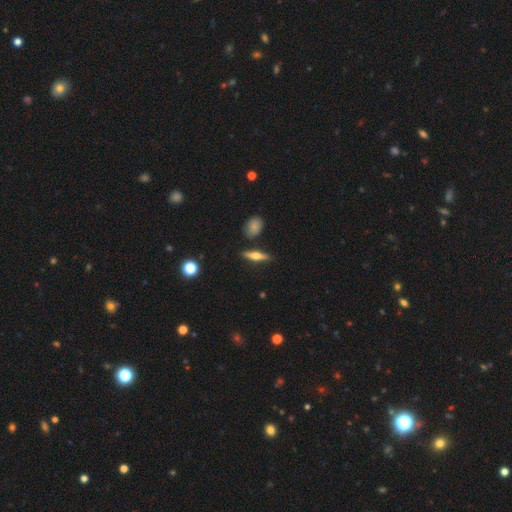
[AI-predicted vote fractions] The model was most divided on "smooth or featured": featured or disk: 49%, smooth: 44%, star or artifact: 7%. More confident: merging — none (84%).